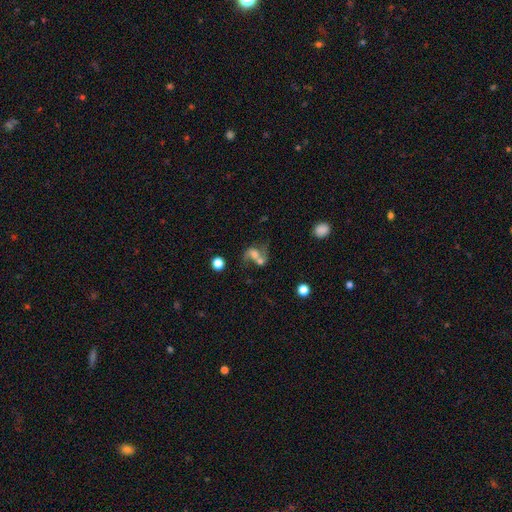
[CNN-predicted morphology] This is possibly a featured or disk galaxy (48%). Merging: possibly merger (55%).